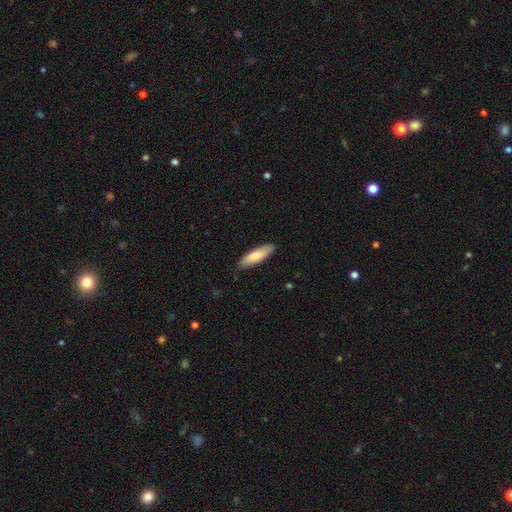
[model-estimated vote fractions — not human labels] The model was most divided on "how rounded": cigar-shaped: 59%, in between: 40%, round: 1%. More confident: merging — none (86%); smooth or featured — smooth (80%).